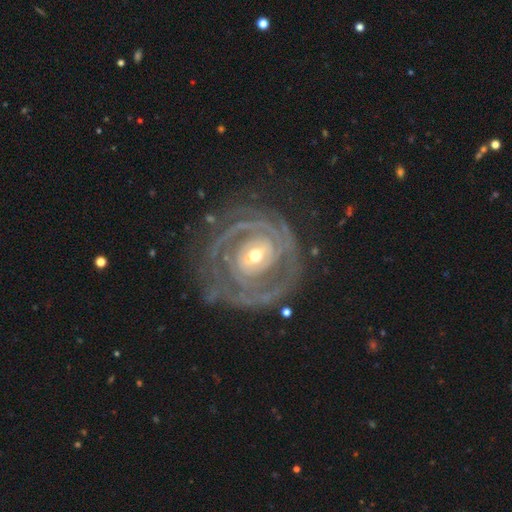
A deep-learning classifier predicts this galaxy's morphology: Smooth or featured: featured or disk — 89% (smooth — 6%)
Edge-on disk: no — 97% (yes — 3%)
Bar: weak — 40% (no — 32%)
Spiral arms: yes — 94% (no — 6%)
Spiral winding: tight — 78% (medium — 18%)
Spiral arm count: 2 — 29% (tied with can't tell — 29%)
Bulge size: moderate — 51% (small — 43%)
Merging: none — 69% (minor disturbance — 18%)